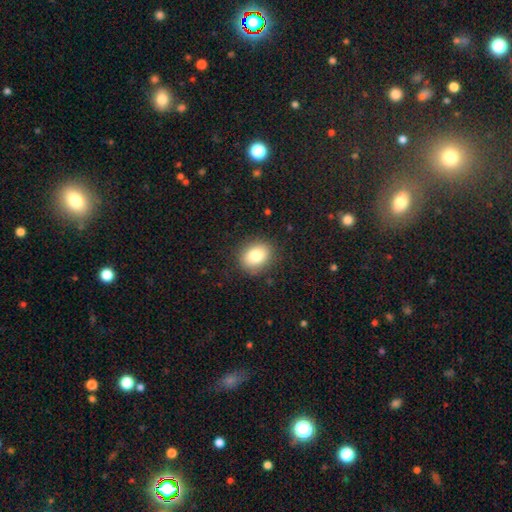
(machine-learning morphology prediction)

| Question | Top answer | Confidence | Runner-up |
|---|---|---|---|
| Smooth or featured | smooth | 83% | star or artifact (9%) |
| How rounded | in between | 53% | round (47%) |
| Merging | none | 87% | minor disturbance (9%) |